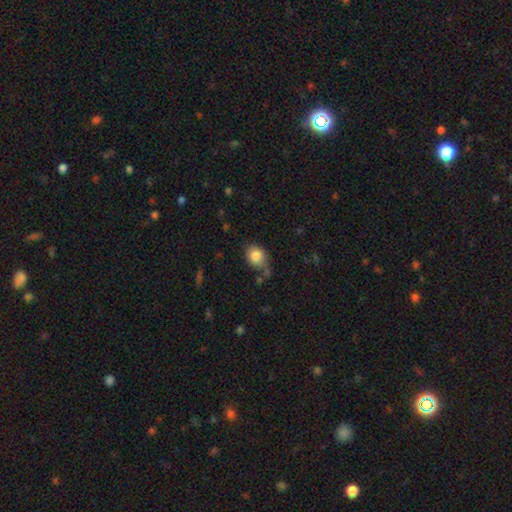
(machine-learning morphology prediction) Q: Smooth or featured?
A: smooth (84%); runner-up: star or artifact (8%)
Q: How rounded?
A: round (53%); runner-up: in between (46%)
Q: Merging?
A: none (59%); runner-up: minor disturbance (25%)